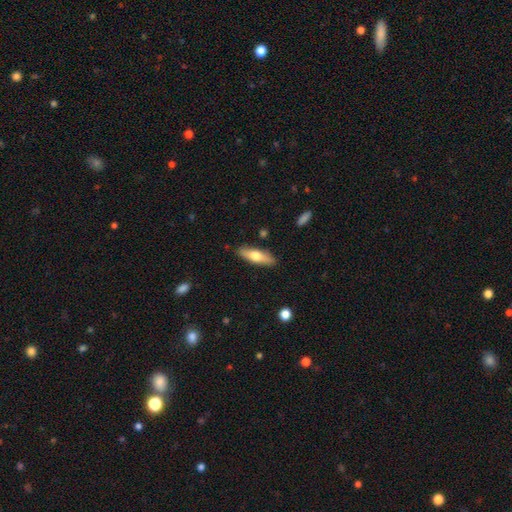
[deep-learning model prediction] Smooth or featured?
  - smooth: 61% *
  - featured or disk: 34%
  - star or artifact: 6%
How rounded?
  - cigar-shaped: 55% *
  - in between: 43%
  - round: 2%
Merging?
  - none: 86% *
  - minor disturbance: 10%
  - major disturbance: 2%
  - merger: 2%